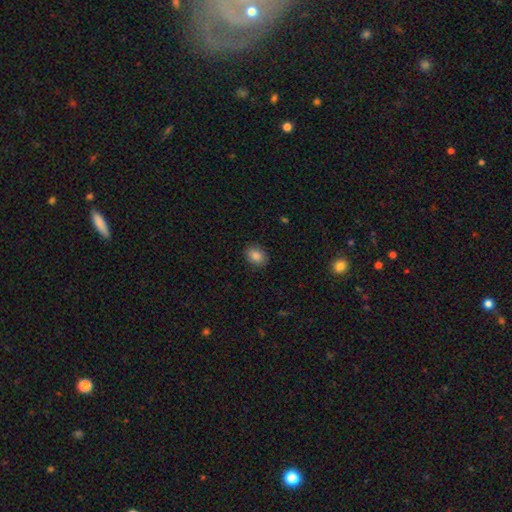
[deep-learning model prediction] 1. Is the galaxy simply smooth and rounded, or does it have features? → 86% smooth, 9% star or artifact, 5% featured or disk.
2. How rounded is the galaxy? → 67% in between, 32% round, 1% cigar-shaped.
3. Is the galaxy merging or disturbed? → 88% none, 9% minor disturbance, 2% major disturbance, 1% merger.